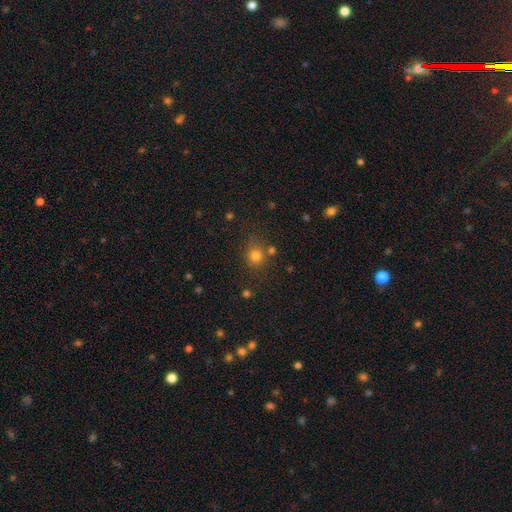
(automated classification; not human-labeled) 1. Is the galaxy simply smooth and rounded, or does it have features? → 77% smooth, 16% star or artifact, 7% featured or disk.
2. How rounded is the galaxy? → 80% round, 19% in between, 1% cigar-shaped.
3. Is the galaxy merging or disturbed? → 72% none, 13% minor disturbance, 10% merger, 5% major disturbance.